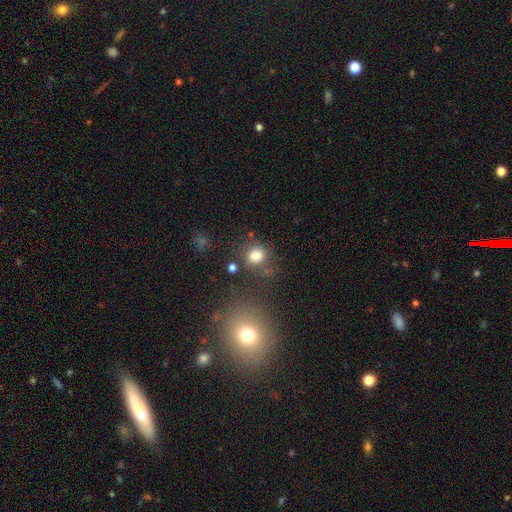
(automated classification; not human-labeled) A smooth galaxy with no disk features (80%) that is round (69%). Merging: none (64%).